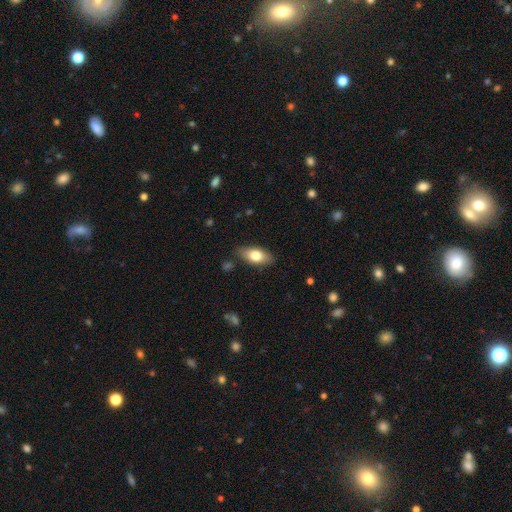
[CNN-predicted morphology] Smooth or featured? Predicted: smooth (p=0.75). How rounded? Predicted: in between (p=0.87). Merging? Predicted: none (p=0.84).